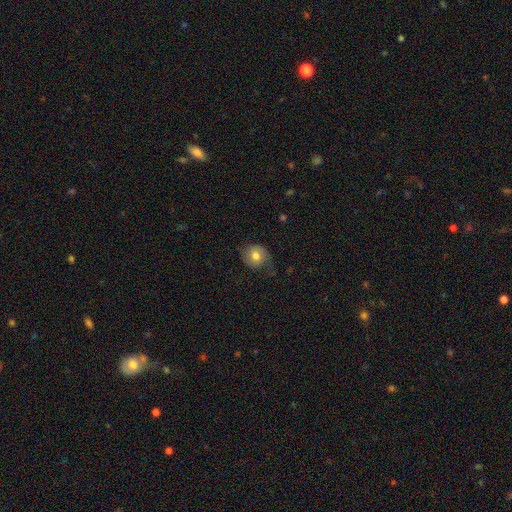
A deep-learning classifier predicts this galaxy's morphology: Smooth or featured? Predicted: smooth (p=0.66). How rounded? Predicted: round (p=0.70). Merging? Predicted: none (p=0.58).